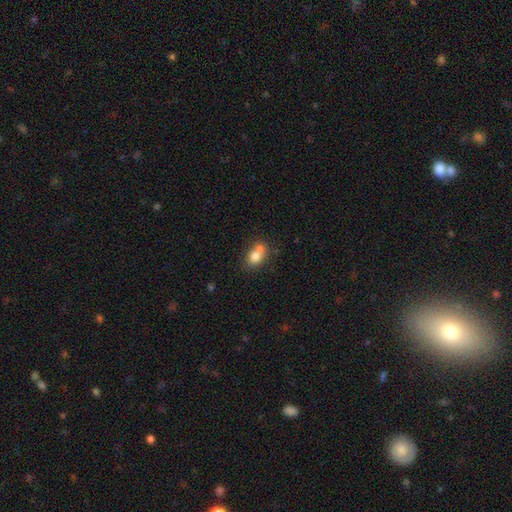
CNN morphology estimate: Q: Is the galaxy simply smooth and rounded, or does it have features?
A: smooth — 75%.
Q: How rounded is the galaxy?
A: in between — 63%.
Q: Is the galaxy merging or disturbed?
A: merger — 42%.